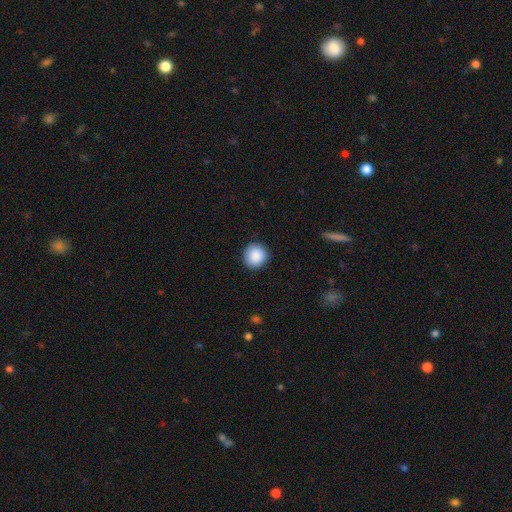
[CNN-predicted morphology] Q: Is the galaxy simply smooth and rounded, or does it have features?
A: smooth — 89%.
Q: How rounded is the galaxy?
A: round — 93%.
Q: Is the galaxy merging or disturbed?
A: none — 91%.